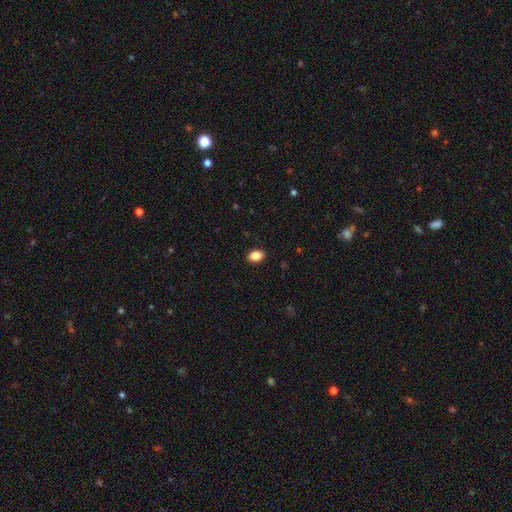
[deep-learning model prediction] Smooth or featured?
  - smooth: 86% *
  - star or artifact: 9%
  - featured or disk: 5%
How rounded?
  - in between: 80% *
  - round: 18%
  - cigar-shaped: 1%
Merging?
  - none: 90% *
  - minor disturbance: 7%
  - major disturbance: 2%
  - merger: 1%